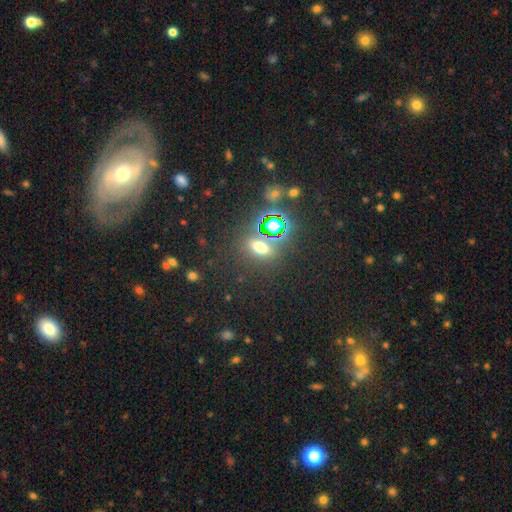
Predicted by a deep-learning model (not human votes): Overall: star or artifact (42%; featured or disk 30%).